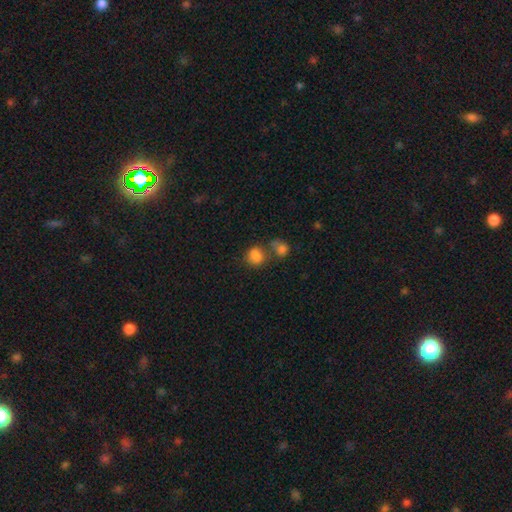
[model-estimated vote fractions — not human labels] A smooth galaxy with no disk features (80%) that is round (62%).

Vote fractions:
- Smooth or featured? smooth: 80% / star or artifact: 12% / featured or disk: 8%
- How rounded? round: 62% / in between: 37% / cigar-shaped: 1%
- Merging? none: 41% / merger: 39% / minor disturbance: 13% / major disturbance: 7%